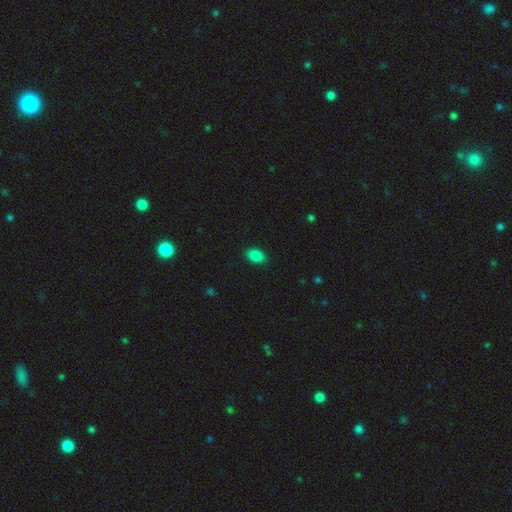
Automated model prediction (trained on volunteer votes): Smooth or featured: smooth — 86% (star or artifact — 9%)
How rounded: in between — 84% (round — 14%)
Merging: none — 87% (minor disturbance — 10%)